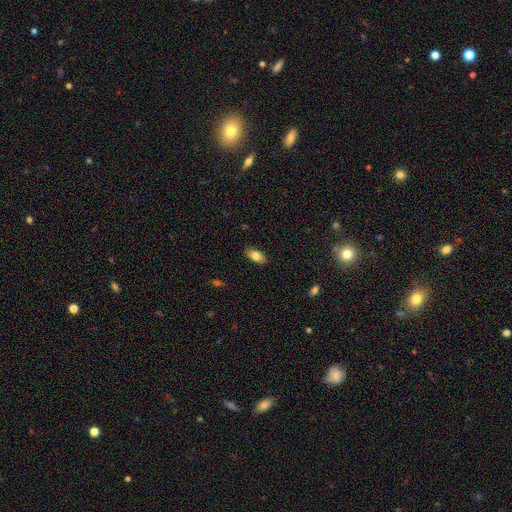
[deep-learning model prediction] Morphology: type=smooth (80%); roundness=in between (90%); merging=none (85%).